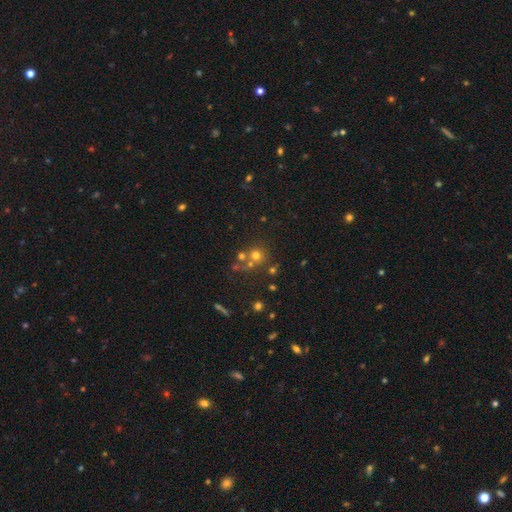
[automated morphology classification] smooth 63%, star or artifact 23%, featured or disk 14%. Down the decision tree: how rounded — round (89%); merging — none (56%).